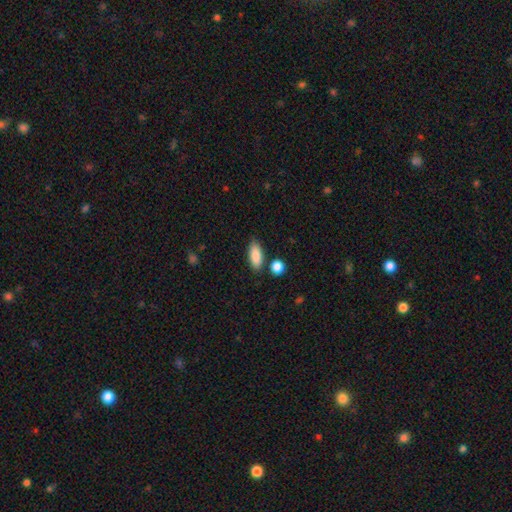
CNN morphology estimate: Smooth or featured?
  - smooth: 88% *
  - star or artifact: 6%
  - featured or disk: 6%
How rounded?
  - in between: 81% *
  - cigar-shaped: 16%
  - round: 3%
Merging?
  - none: 81% *
  - minor disturbance: 11%
  - merger: 5%
  - major disturbance: 3%